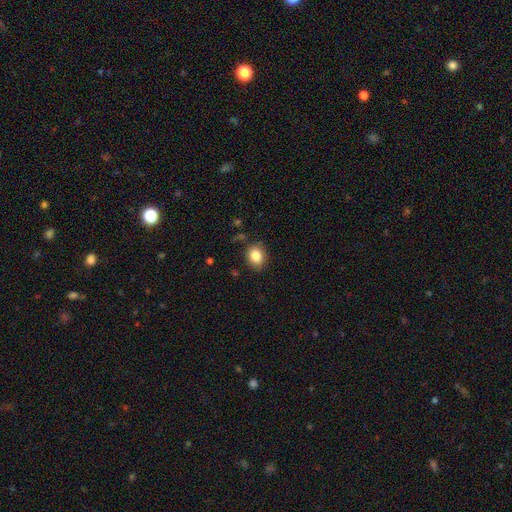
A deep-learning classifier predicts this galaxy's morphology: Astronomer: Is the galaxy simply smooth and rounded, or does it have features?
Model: smooth — 84%.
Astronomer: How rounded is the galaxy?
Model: round — 55% (runner-up: in between, 44%).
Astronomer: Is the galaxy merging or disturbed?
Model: none — 82%.